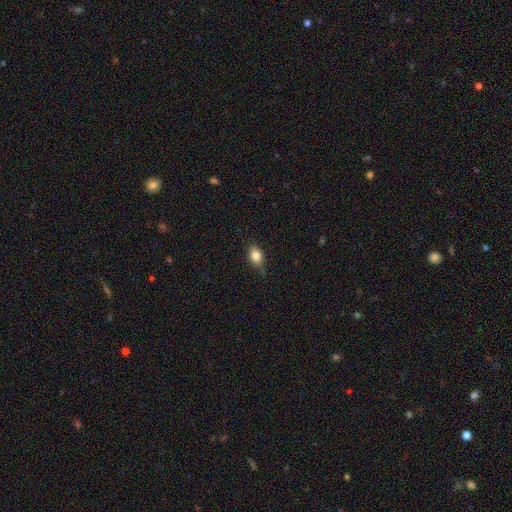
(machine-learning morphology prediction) smooth 81%, featured or disk 10%, star or artifact 9%. Down the decision tree: how rounded — in between (70%); merging — none (67%).